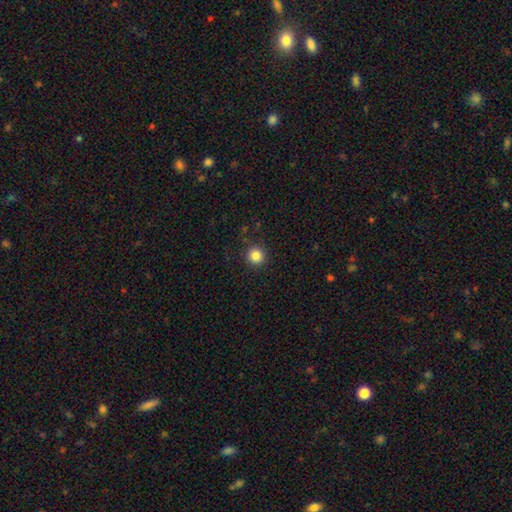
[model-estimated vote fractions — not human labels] This appears to be a smooth galaxy with no disk features (84%) that is round (95%). Merging: none (90%).